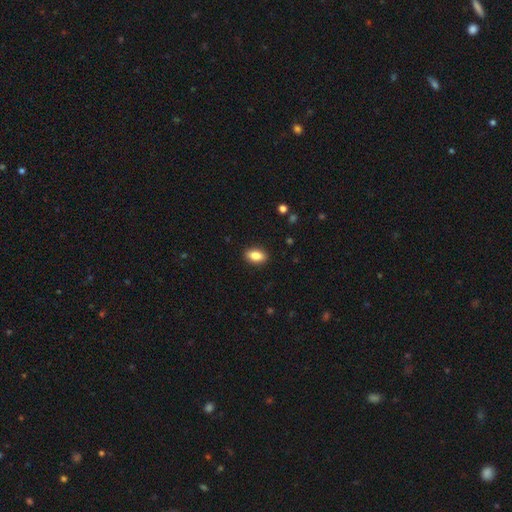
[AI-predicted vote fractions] Q: Smooth or featured?
A: smooth (85%); runner-up: star or artifact (8%)
Q: How rounded?
A: in between (88%); runner-up: round (9%)
Q: Merging?
A: none (90%); runner-up: minor disturbance (7%)